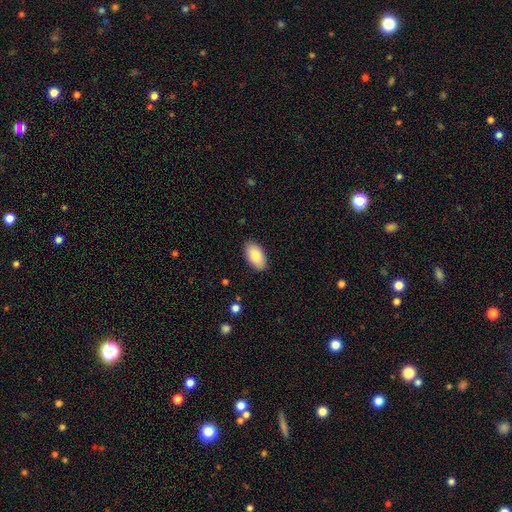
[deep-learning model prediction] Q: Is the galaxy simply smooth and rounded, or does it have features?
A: smooth — 85%.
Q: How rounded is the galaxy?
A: in between — 95%.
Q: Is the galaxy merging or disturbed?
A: none — 88%.